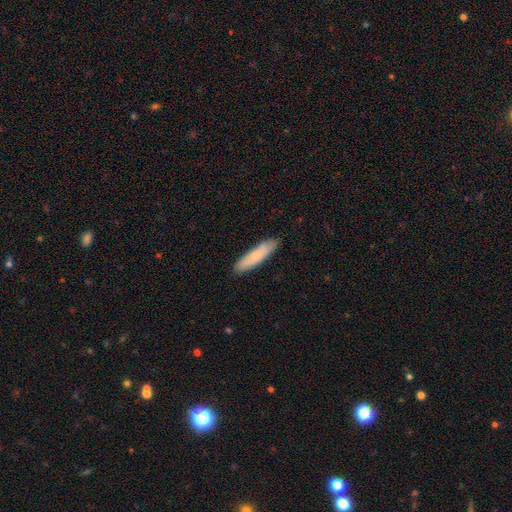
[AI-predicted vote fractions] smooth_or_featured: smooth (p=0.78) [alt: featured or disk p=0.16]
how_rounded: cigar-shaped (p=0.80) [alt: in between p=0.19]
merging: none (p=0.87) [alt: minor disturbance p=0.10]